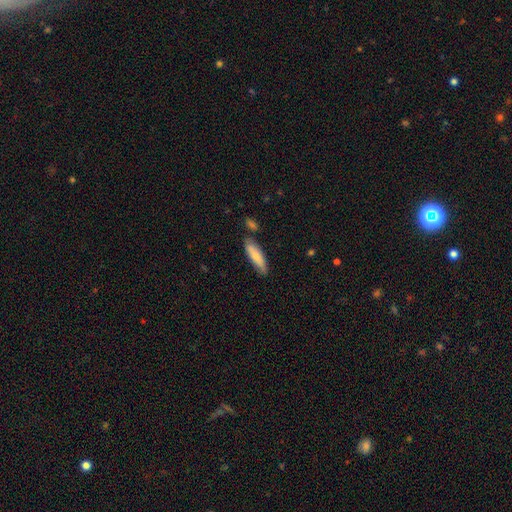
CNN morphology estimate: Overall: smooth (75%). How rounded: cigar-shaped (56%; in between 43%). Merging: none (74%).